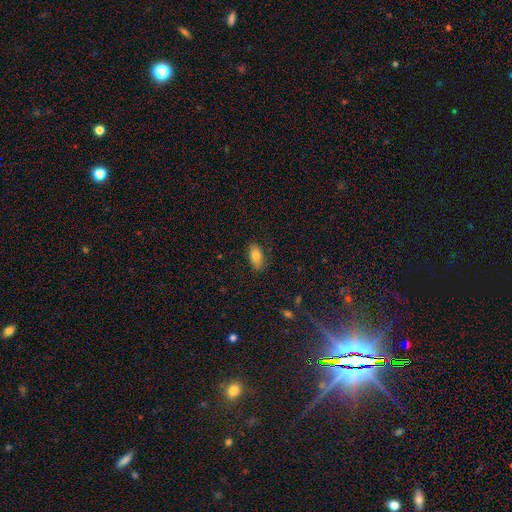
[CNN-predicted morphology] Q: Smooth or featured?
A: smooth (81%); runner-up: featured or disk (11%)
Q: How rounded?
A: in between (90%); runner-up: cigar-shaped (6%)
Q: Merging?
A: none (83%); runner-up: minor disturbance (13%)